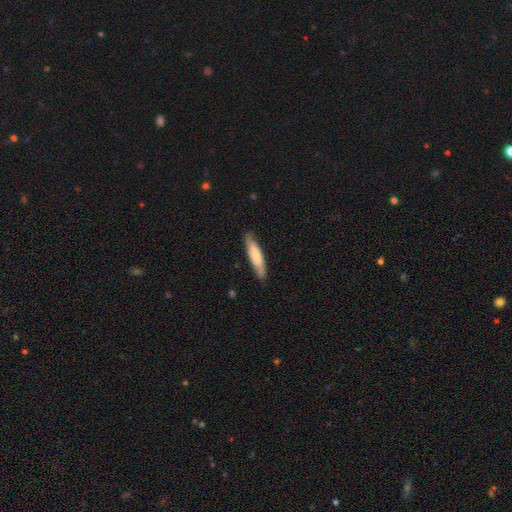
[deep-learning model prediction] This appears to be a smooth galaxy with no disk features (67%) that is cigar-shaped (77%). Merging: none (83%).